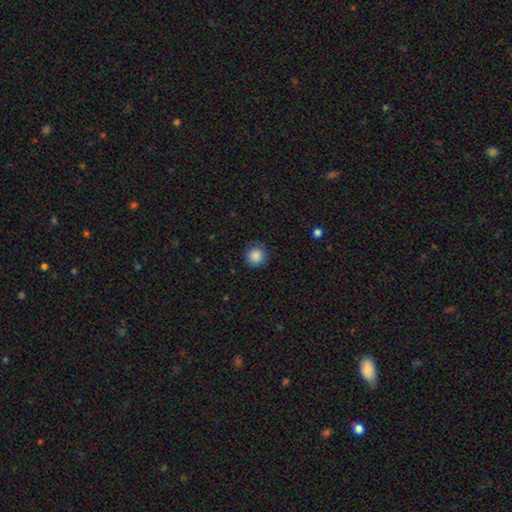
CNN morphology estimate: Smooth or featured? smooth (87%)
How rounded? round (94%)
Merging? none (87%)